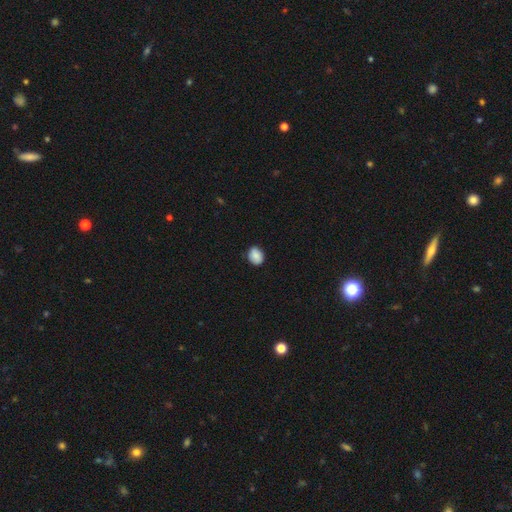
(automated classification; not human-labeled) This is clearly a smooth galaxy (85%). How rounded: possibly in between (50%). Merging: clearly none (80%).